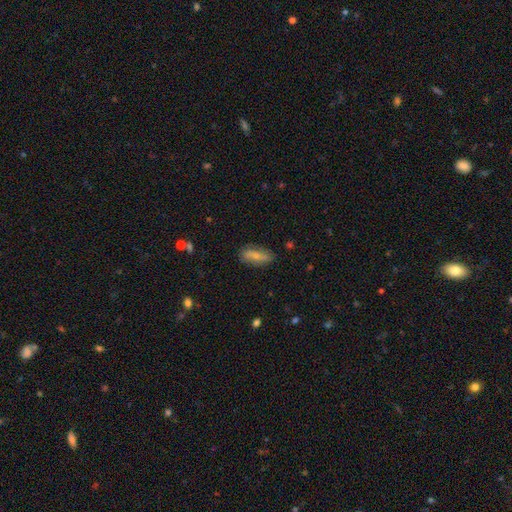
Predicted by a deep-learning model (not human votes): Overall: smooth (60%; featured or disk 33%). How rounded: in between (69%). Merging: none (78%).